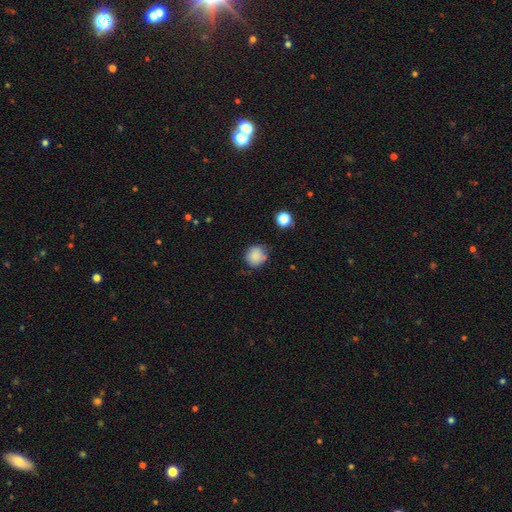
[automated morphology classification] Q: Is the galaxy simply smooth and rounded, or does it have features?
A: smooth — 85%.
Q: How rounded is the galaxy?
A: round — 85%.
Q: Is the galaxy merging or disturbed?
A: none — 74%.